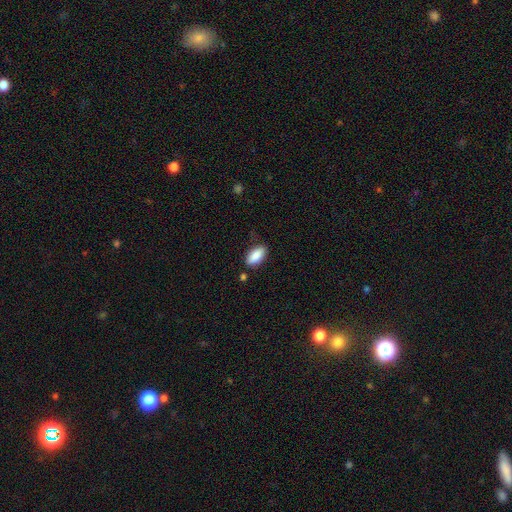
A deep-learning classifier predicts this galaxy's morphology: Smooth or featured? smooth (87%)
How rounded? in between (89%)
Merging? none (79%)